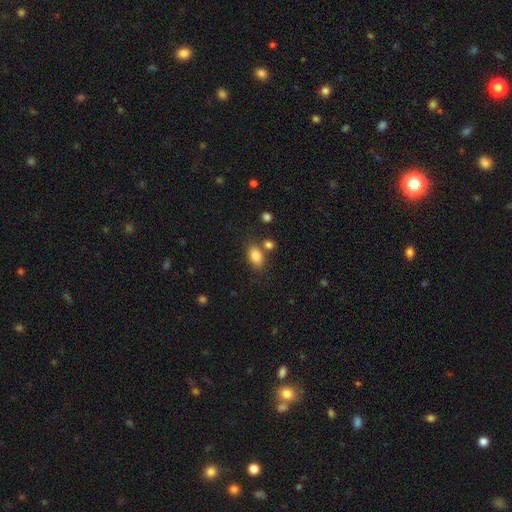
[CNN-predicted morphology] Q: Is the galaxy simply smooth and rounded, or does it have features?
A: smooth — 82%.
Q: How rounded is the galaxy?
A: in between — 84%.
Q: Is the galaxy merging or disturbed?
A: none — 68%.